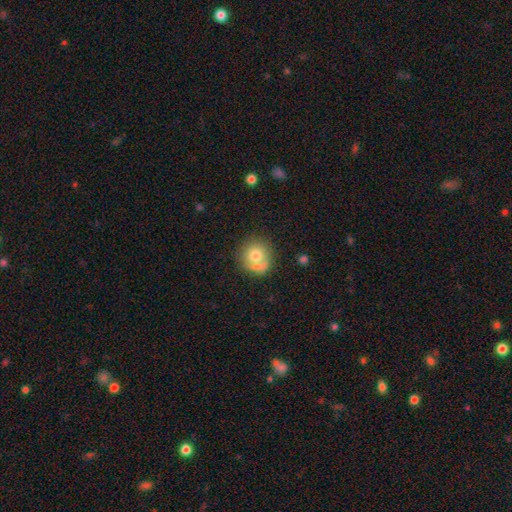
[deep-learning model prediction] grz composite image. It shows a smooth galaxy with no disk features (70%) that is round (86%). Merging: none (51%).